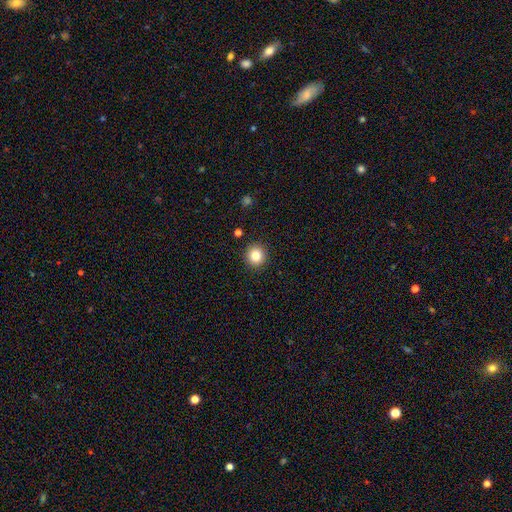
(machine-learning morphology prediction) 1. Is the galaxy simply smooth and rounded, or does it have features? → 83% smooth, 11% star or artifact, 6% featured or disk.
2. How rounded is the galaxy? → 93% round, 6% in between, 1% cigar-shaped.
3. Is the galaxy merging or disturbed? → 92% none, 5% minor disturbance, 2% major disturbance, 1% merger.